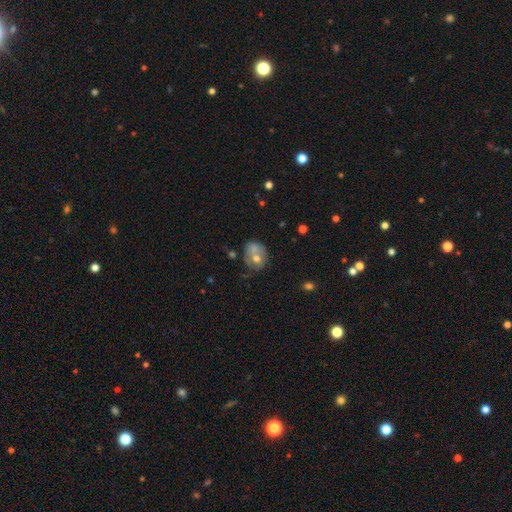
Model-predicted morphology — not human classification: Smooth or featured?
  - smooth: 59% *
  - featured or disk: 32%
  - star or artifact: 9%
How rounded?
  - round: 55% *
  - in between: 44%
  - cigar-shaped: 1%
Merging?
  - none: 36% *
  - merger: 33%
  - minor disturbance: 20%
  - major disturbance: 10%